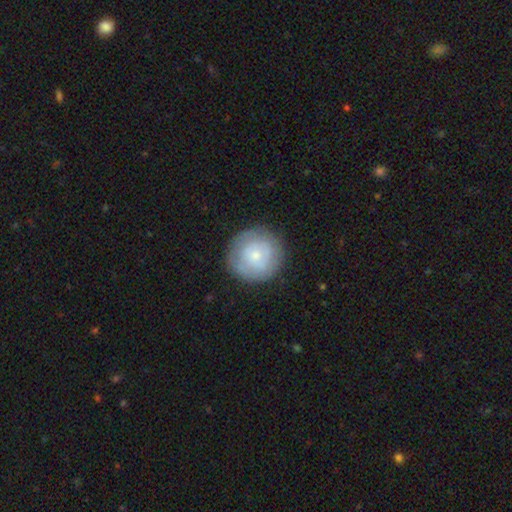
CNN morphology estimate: smooth-or-featured: smooth: 61% | featured or disk: 33% | star or artifact: 6%
  how-rounded: round: 95% | in between: 4% | cigar-shaped: 1%
  merging: none: 83% | minor disturbance: 12% | major disturbance: 4% | merger: 1%